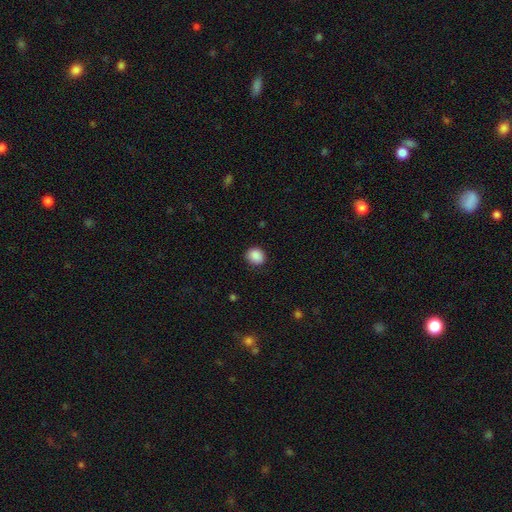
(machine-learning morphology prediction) smooth-or-featured: smooth: 89% | star or artifact: 8% | featured or disk: 3%
  how-rounded: round: 72% | in between: 27% | cigar-shaped: 1%
  merging: none: 85% | minor disturbance: 11% | major disturbance: 3% | merger: 1%